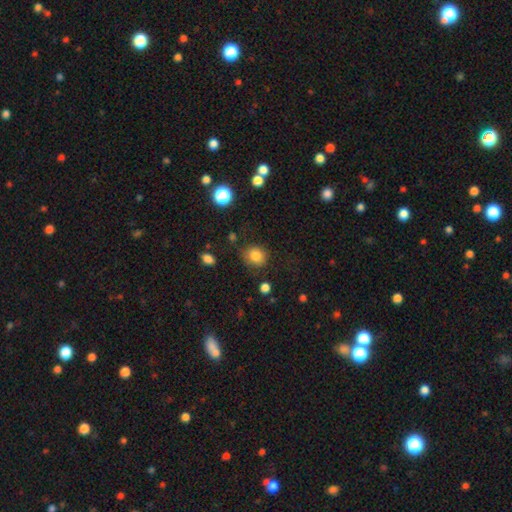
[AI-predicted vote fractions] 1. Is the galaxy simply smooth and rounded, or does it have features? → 83% smooth, 11% star or artifact, 6% featured or disk.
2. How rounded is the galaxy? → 77% round, 22% in between, 1% cigar-shaped.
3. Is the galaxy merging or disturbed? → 73% none, 18% minor disturbance, 6% major disturbance, 3% merger.